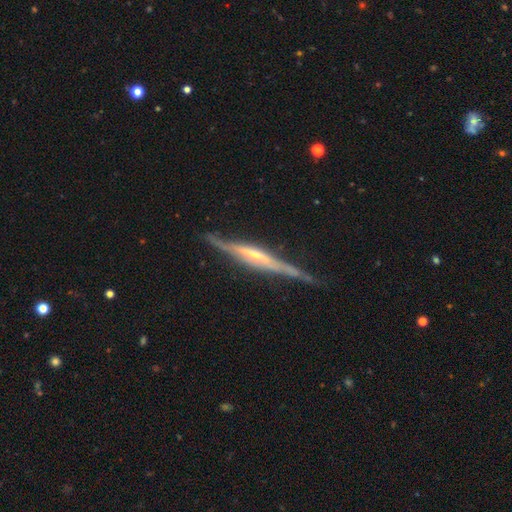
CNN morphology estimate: Smooth or featured?
  - featured or disk: 83% *
  - smooth: 11%
  - star or artifact: 5%
Edge-on disk?
  - yes: 97% *
  - no: 3%
Edge-on bulge?
  - rounded: 58% *
  - none: 25%
  - boxy: 17%
Merging?
  - none: 80% *
  - minor disturbance: 16%
  - major disturbance: 3%
  - merger: 2%